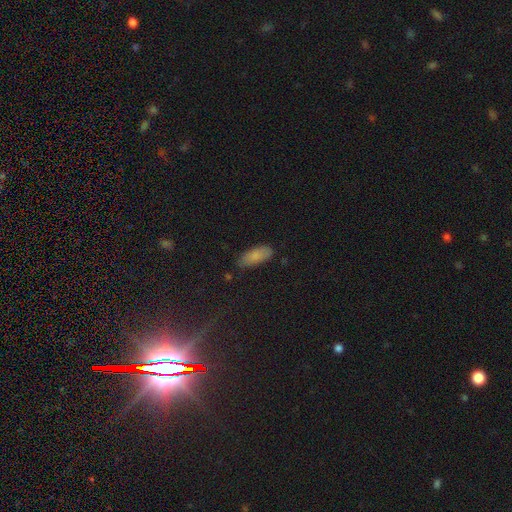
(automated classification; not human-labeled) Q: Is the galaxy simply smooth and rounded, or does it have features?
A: smooth — 83%.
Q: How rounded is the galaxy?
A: in between — 78%.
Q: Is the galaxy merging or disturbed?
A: none — 78%.